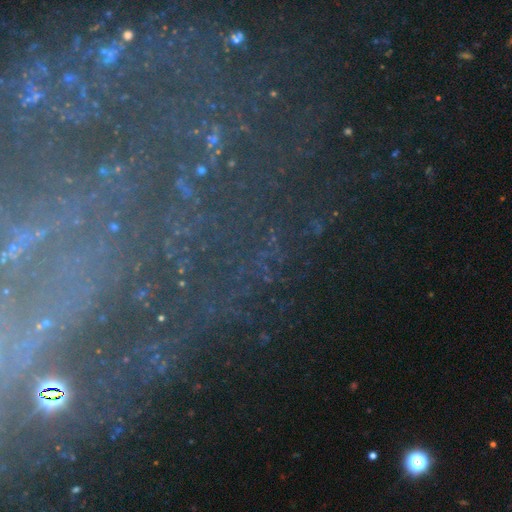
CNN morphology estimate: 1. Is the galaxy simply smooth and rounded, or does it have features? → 67% star or artifact, 21% featured or disk, 12% smooth.